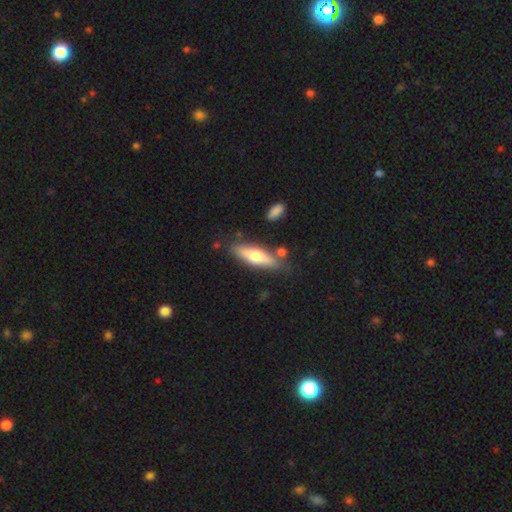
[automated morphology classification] This appears to be a smooth galaxy with no disk features (55%) that is cigar-shaped (64%). Merging: none (77%).